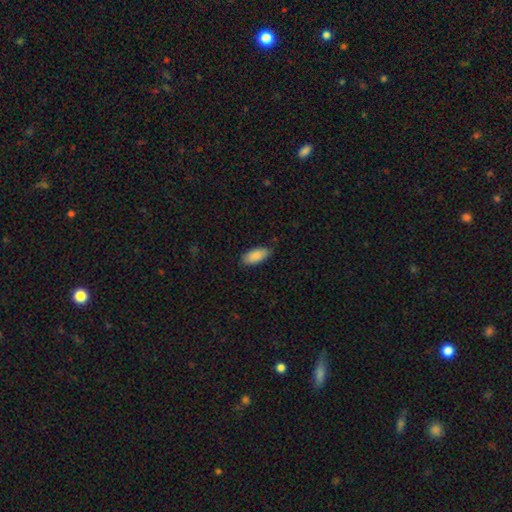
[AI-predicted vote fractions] Smooth or featured? Predicted: smooth (p=0.89). How rounded? Predicted: in between (p=0.89). Merging? Predicted: none (p=0.77).